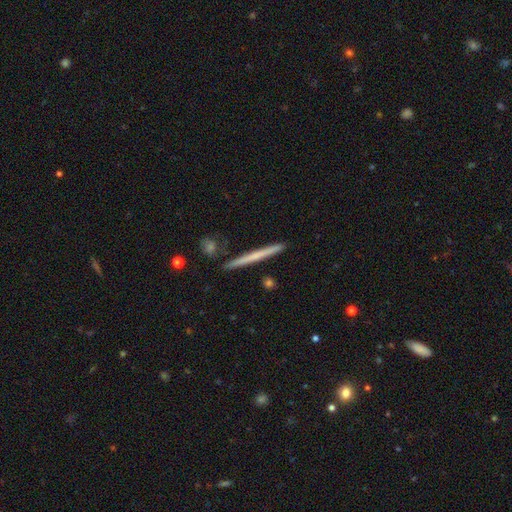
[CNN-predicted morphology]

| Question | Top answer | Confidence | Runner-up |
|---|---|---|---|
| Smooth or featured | smooth | 48% | featured or disk (46%) |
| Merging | none | 90% | minor disturbance (6%) |